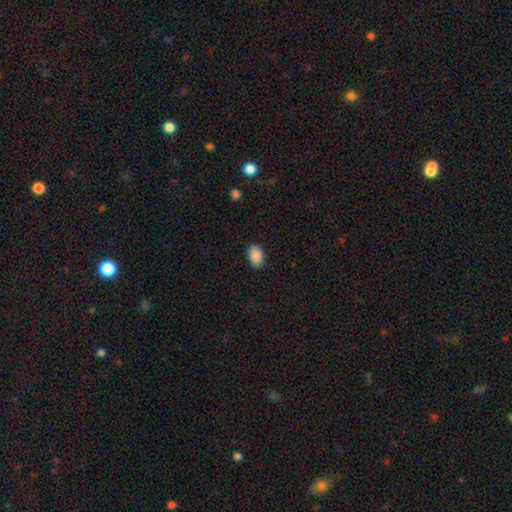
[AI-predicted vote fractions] smooth_or_featured: smooth (p=0.90) [alt: star or artifact p=0.07]
how_rounded: in between (p=0.90) [alt: round p=0.08]
merging: none (p=0.89) [alt: minor disturbance p=0.08]